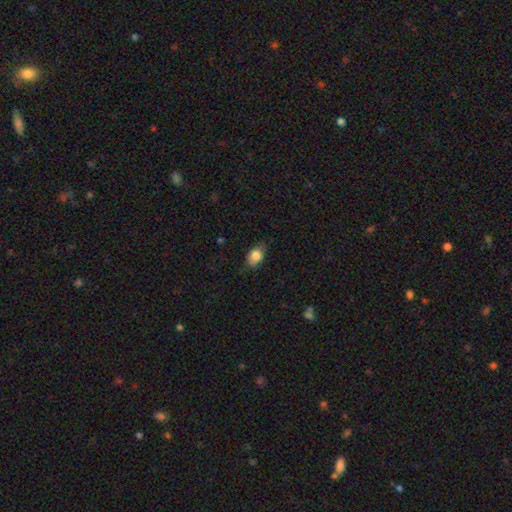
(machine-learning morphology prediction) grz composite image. It shows a smooth galaxy with no disk features (81%) that is in between round and cigar-shaped (83%). Merging: none (77%).